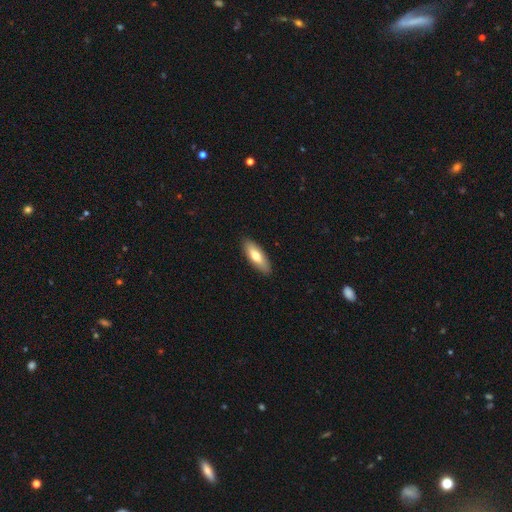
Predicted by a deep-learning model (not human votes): smooth-or-featured: smooth: 72% | featured or disk: 23% | star or artifact: 5%
  how-rounded: in between: 63% | cigar-shaped: 35% | round: 2%
  merging: none: 89% | minor disturbance: 9% | major disturbance: 2% | merger: 1%